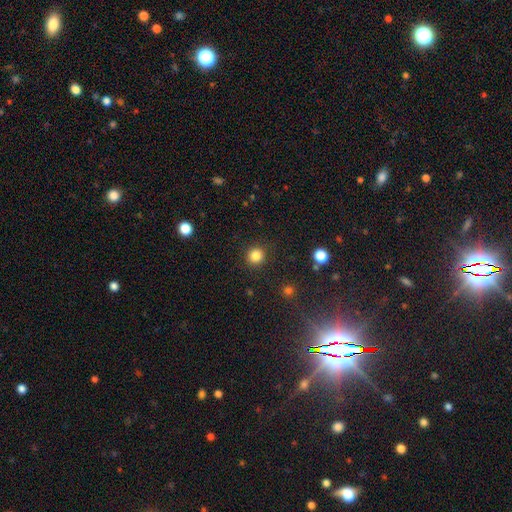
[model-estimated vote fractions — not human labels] This appears to be a smooth galaxy with no disk features (85%) that is round (92%). Merging: none (90%).